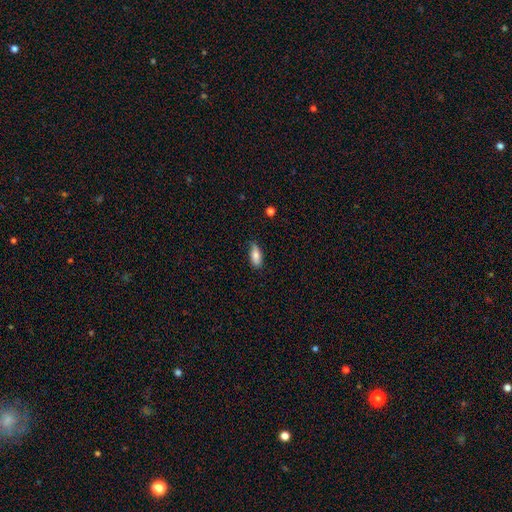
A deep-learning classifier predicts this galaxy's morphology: Smooth or featured? smooth (82%)
How rounded? in between (82%)
Merging? none (68%)